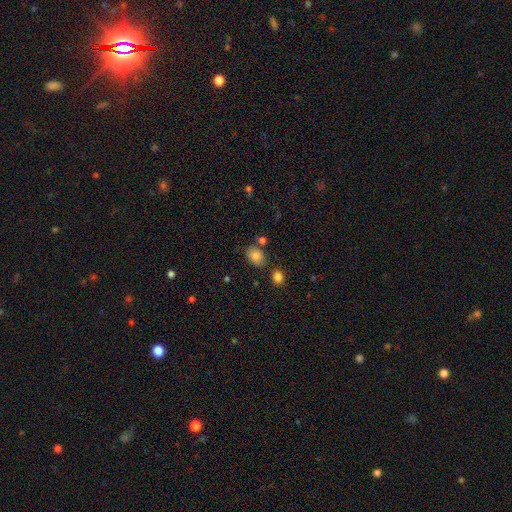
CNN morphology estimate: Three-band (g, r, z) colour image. It shows a smooth galaxy with no disk features (81%) that is in between round and cigar-shaped (67%). Merging: none (72%).